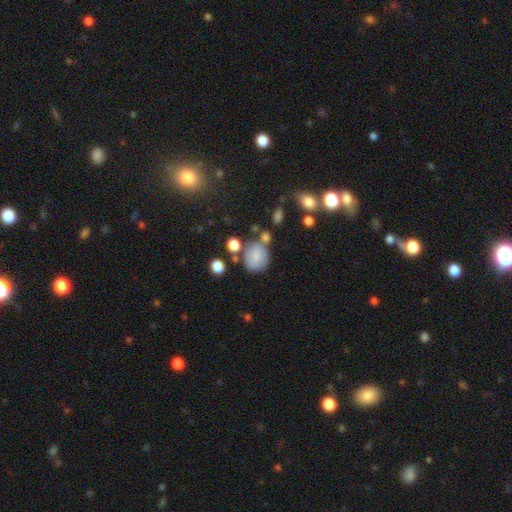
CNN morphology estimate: smooth_or_featured: smooth (p=0.72) [alt: featured or disk p=0.18]
how_rounded: round (p=0.63) [alt: in between p=0.36]
merging: none (p=0.56) [alt: minor disturbance p=0.20]